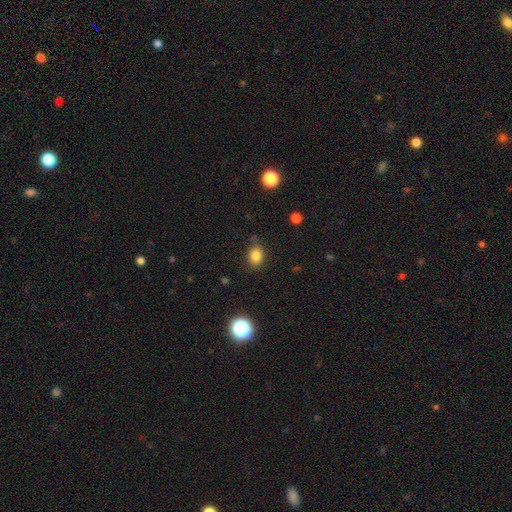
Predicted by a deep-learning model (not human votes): Smooth or featured? Predicted: smooth (p=0.83). How rounded? Predicted: in between (p=0.59). Merging? Predicted: none (p=0.75).